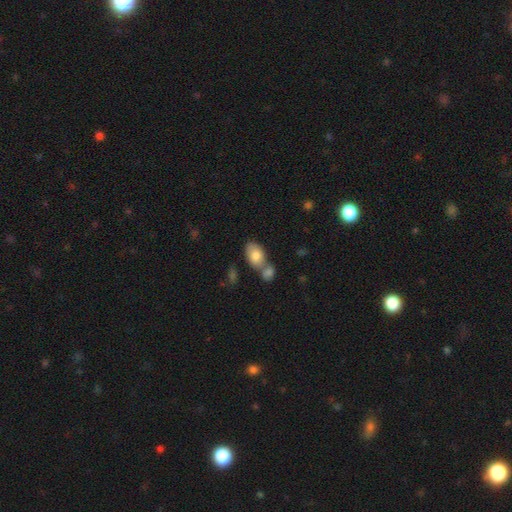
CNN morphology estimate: A smooth galaxy with no disk features (79%) that is in between round and cigar-shaped (90%).

Vote fractions:
- Smooth or featured? smooth: 79% / featured or disk: 14% / star or artifact: 7%
- How rounded? in between: 90% / round: 8% / cigar-shaped: 2%
- Merging? merger: 43% / none: 42% / minor disturbance: 11% / major disturbance: 4%